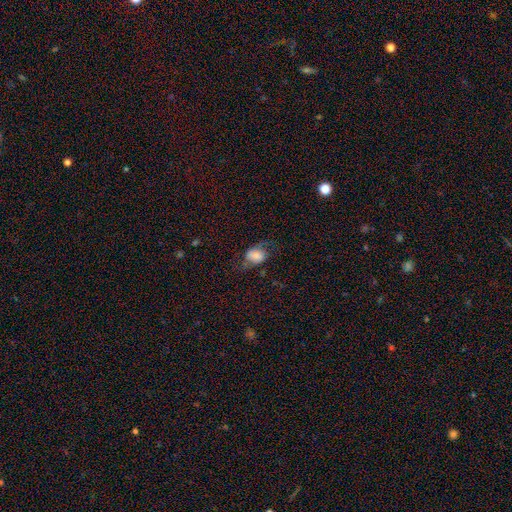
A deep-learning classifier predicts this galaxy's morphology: This is possibly a smooth galaxy (51%). How rounded: likely in between (64%). Merging: possibly none (57%).